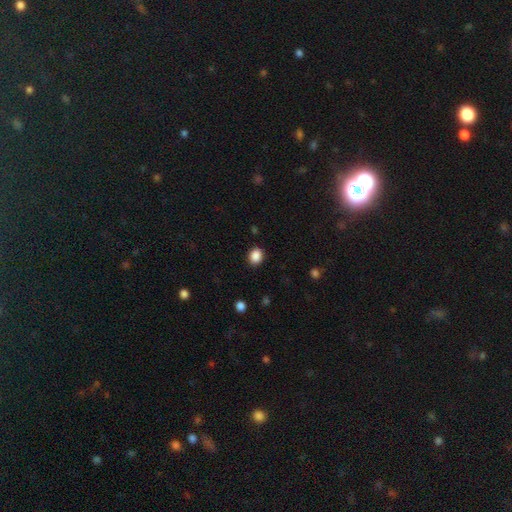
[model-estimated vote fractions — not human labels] smooth 88%, star or artifact 9%, featured or disk 3%. Down the decision tree: how rounded — round (53%); merging — none (89%).